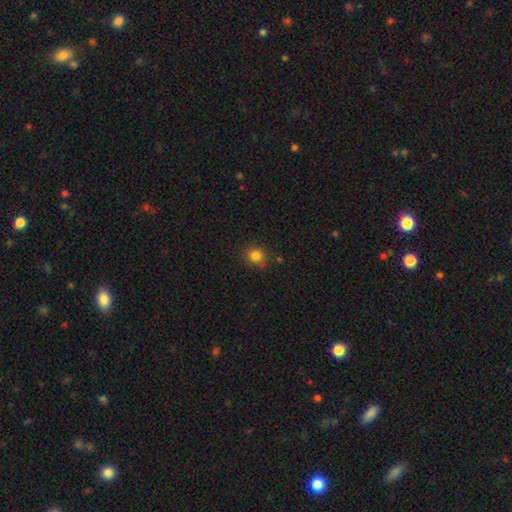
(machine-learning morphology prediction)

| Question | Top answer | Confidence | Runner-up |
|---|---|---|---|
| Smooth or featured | smooth | 83% | star or artifact (12%) |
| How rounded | round | 85% | in between (14%) |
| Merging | none | 81% | minor disturbance (13%) |